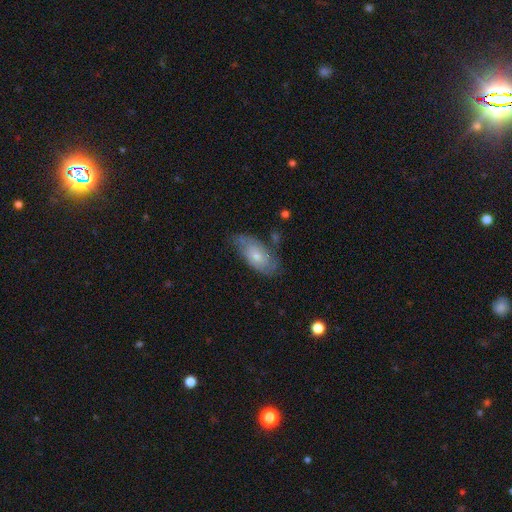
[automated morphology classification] This is possibly a featured or disk galaxy (57%). It is clearly not viewed edge-on (90%). Bar: likely no (79%). Spiral arm pattern: likely yes (78%). Central bulge: possibly small (56%). Merging: likely none (63%).